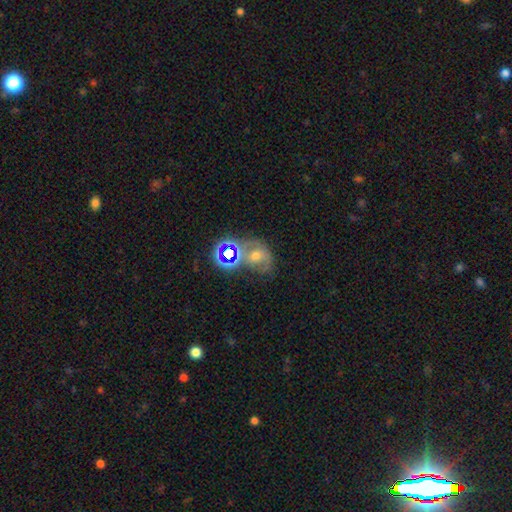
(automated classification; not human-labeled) Smooth or featured?
  - featured or disk: 47% *
  - star or artifact: 27%
  - smooth: 26%
Merging?
  - none: 43% *
  - minor disturbance: 20%
  - merger: 20%
  - major disturbance: 17%